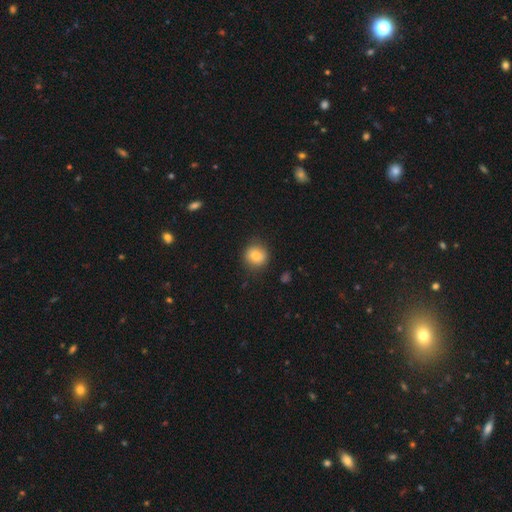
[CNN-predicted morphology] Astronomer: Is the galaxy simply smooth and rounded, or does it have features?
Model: smooth — 80%.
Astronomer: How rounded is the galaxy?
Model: round — 86%.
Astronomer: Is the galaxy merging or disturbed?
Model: none — 84%.